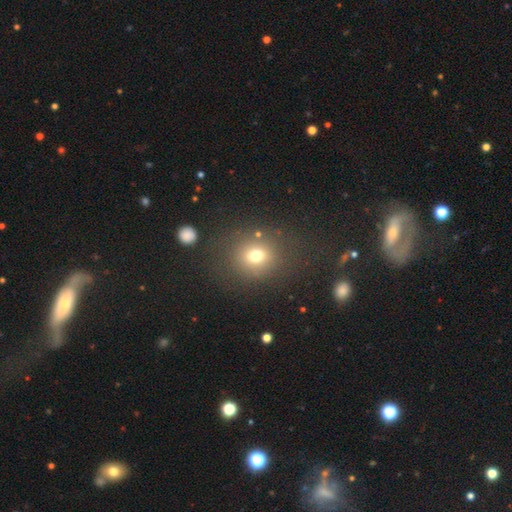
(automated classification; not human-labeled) Morphology: type=smooth (72%); roundness=round (74%); merging=none (78%).